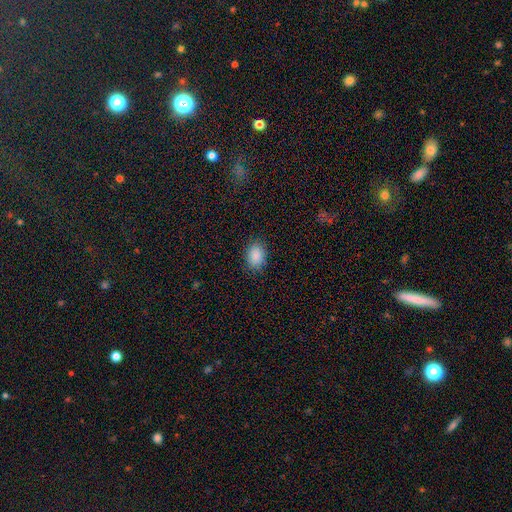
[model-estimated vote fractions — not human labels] This is clearly a smooth galaxy (89%). How rounded: likely in between (75%). Merging: clearly none (86%).